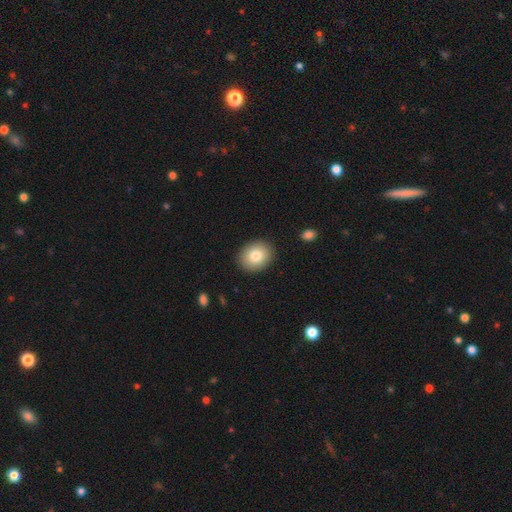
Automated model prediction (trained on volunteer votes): This appears to be a smooth galaxy with no disk features (81%) that is round (56%). Merging: none (90%).